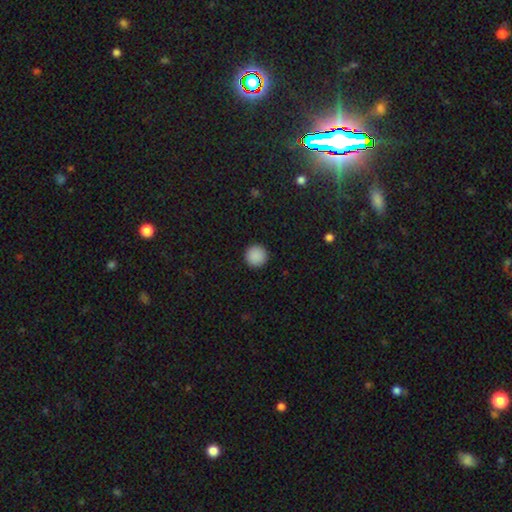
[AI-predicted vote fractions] This appears to be a smooth galaxy with no disk features (89%) that is round (96%). Merging: none (93%).